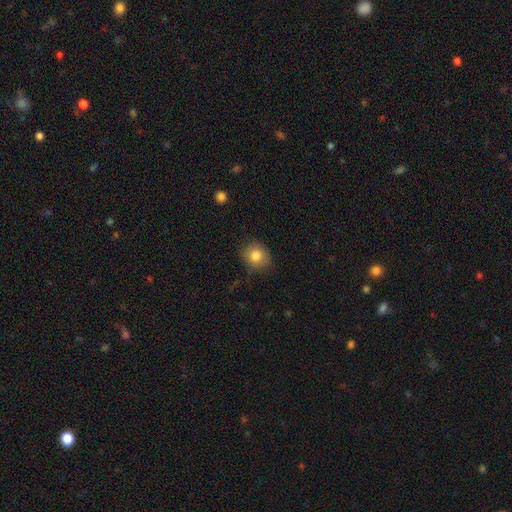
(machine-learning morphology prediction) Smooth or featured? Predicted: smooth (p=0.82). How rounded? Predicted: round (p=0.72). Merging? Predicted: none (p=0.79).